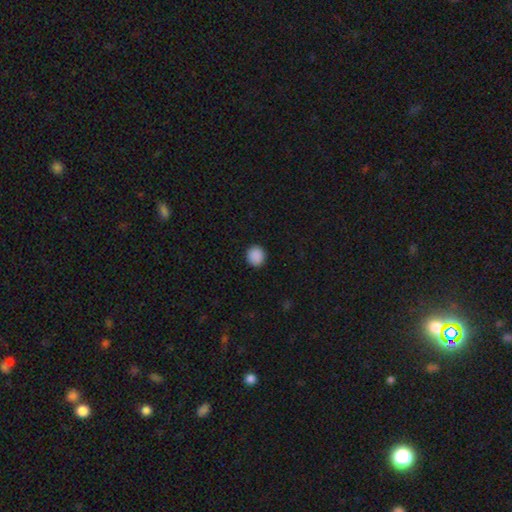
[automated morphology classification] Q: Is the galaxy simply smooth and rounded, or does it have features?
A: smooth — 90%.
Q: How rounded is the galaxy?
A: round — 88%.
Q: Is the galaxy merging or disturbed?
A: none — 92%.